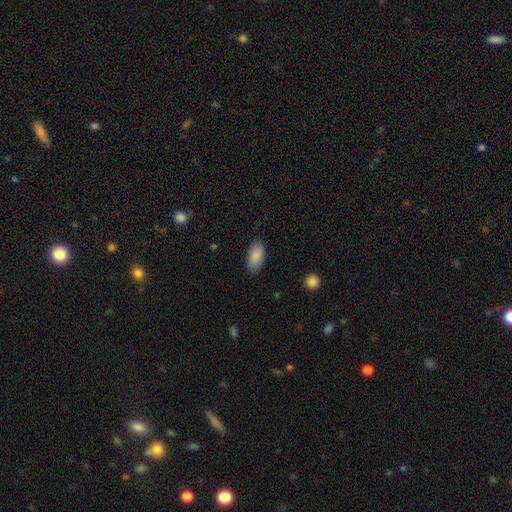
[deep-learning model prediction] A smooth galaxy with no disk features (88%) that is in between round and cigar-shaped (93%). Merging: none (84%).